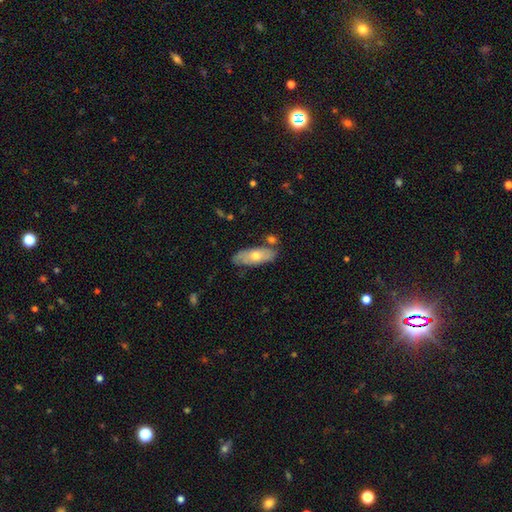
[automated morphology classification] This is possibly a smooth galaxy (58%). How rounded: likely in between (76%). Merging: likely none (71%).